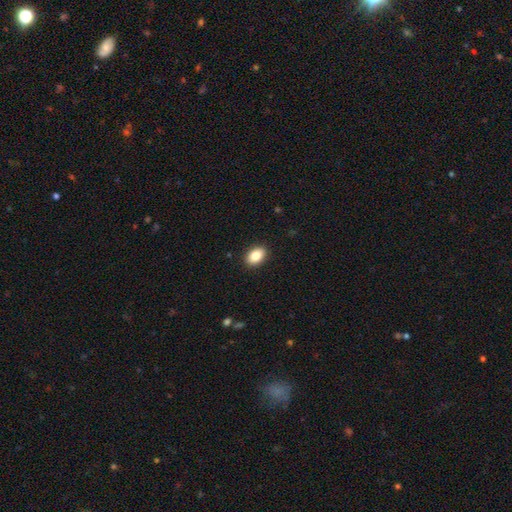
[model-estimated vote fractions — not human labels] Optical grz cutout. It shows a smooth galaxy with no disk features (85%) that is in between round and cigar-shaped (85%). Merging: none (90%).